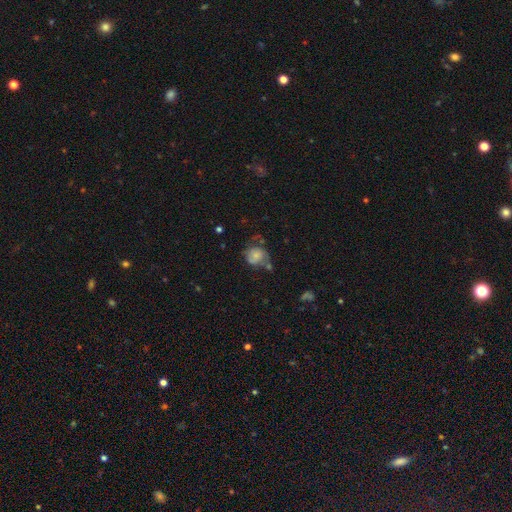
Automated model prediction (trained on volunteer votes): Overall: smooth (60%; featured or disk 31%). How rounded: round (73%). Merging: none (43%; minor disturbance 28%).